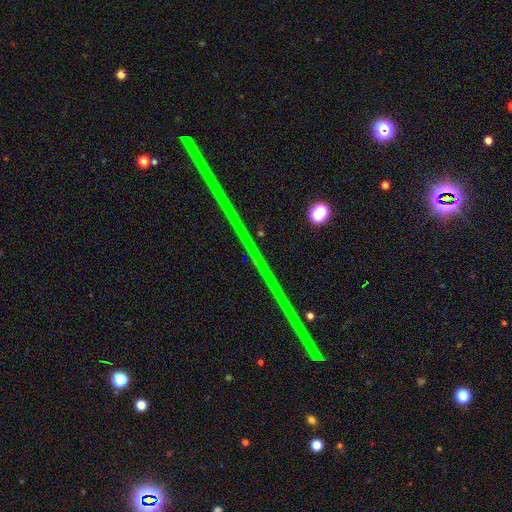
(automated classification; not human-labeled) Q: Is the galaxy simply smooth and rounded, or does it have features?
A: star or artifact — 82%.